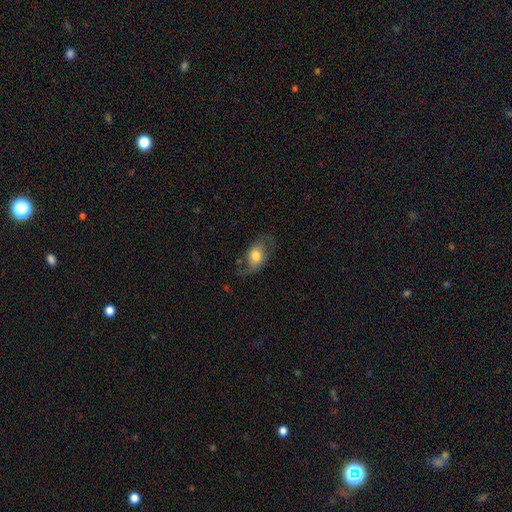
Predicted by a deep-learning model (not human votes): The model was most divided on "smooth or featured": smooth: 47%, featured or disk: 46%, star or artifact: 8%. More confident: merging — none (61%).